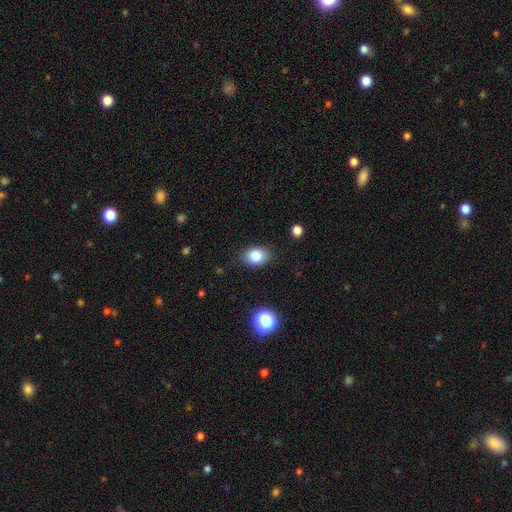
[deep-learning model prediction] This appears to be a smooth galaxy with no disk features (83%) that is in between round and cigar-shaped (65%). Merging: none (83%).